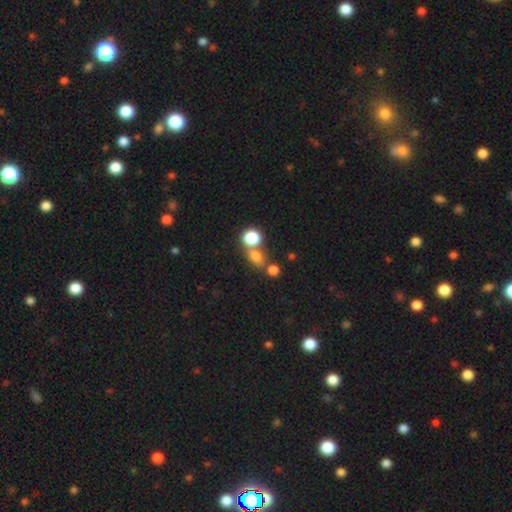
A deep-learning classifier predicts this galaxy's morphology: Overall: smooth (73%). How rounded: round (59%; in between 39%). Merging: none (51%; merger 35%).